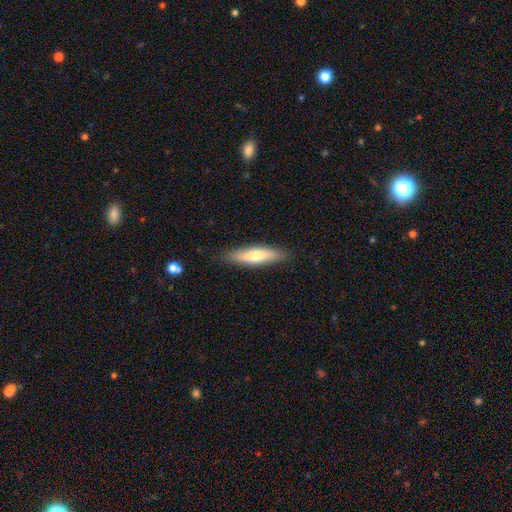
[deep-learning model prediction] A smooth galaxy with no disk features (66%) that is cigar-shaped (74%).

Vote fractions:
- Smooth or featured? smooth: 66% / featured or disk: 28% / star or artifact: 6%
- How rounded? cigar-shaped: 74% / in between: 25% / round: 2%
- Merging? none: 88% / minor disturbance: 9% / major disturbance: 2% / merger: 1%